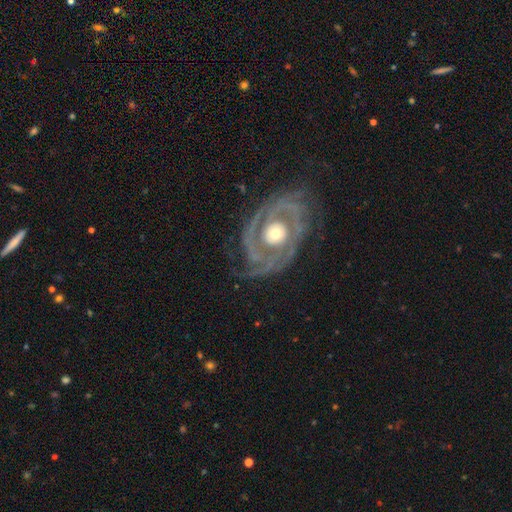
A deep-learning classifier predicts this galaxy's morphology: Q: Smooth or featured?
A: featured or disk (91%); runner-up: star or artifact (5%)
Q: Edge-on disk?
A: no (96%); runner-up: yes (4%)
Q: Bar?
A: no (74%); runner-up: weak (17%)
Q: Spiral arms?
A: yes (95%); runner-up: no (5%)
Q: Spiral winding?
A: tight (68%); runner-up: medium (26%)
Q: Spiral arm count?
A: 2 (68%); runner-up: 3 (12%)
Q: Bulge size?
A: moderate (71%); runner-up: small (19%)
Q: Merging?
A: none (76%); runner-up: minor disturbance (16%)